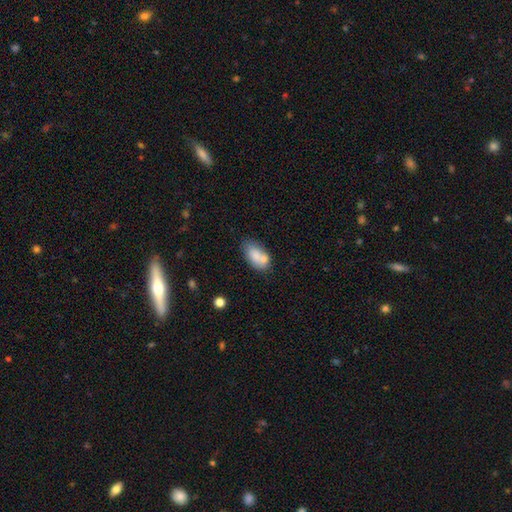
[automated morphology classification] This is likely a smooth galaxy (77%). How rounded: clearly in between (90%). Merging: possibly none (51%).